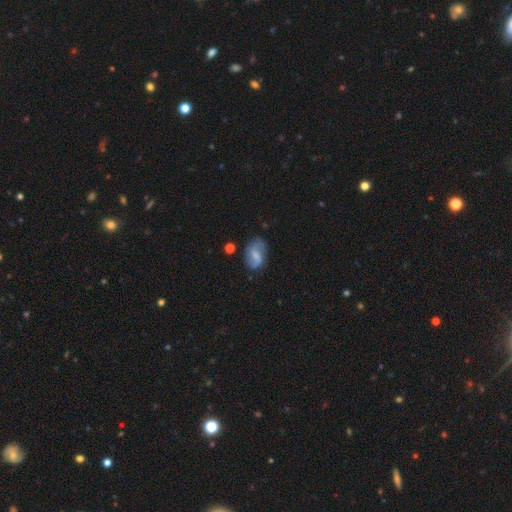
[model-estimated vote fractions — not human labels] Overall: featured or disk (56%; smooth 36%). Edge-on disk: no (97%). Bar: weak (53%; no 32%). Spiral arms: yes (84%). Bulge size: small (38%; none 30%). Merging: none (63%; minor disturbance 24%).